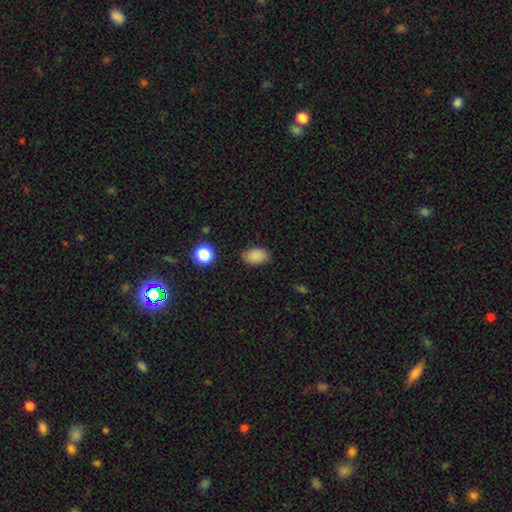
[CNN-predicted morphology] The model was most divided on "merging": none: 84%, minor disturbance: 12%, major disturbance: 3%, merger: 1%. More confident: how rounded — in between (88%); smooth or featured — smooth (86%).